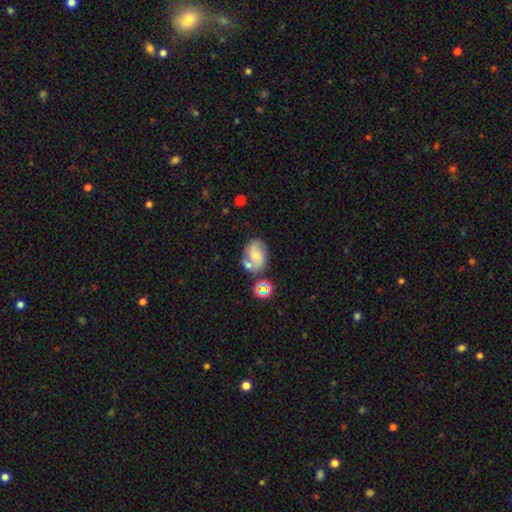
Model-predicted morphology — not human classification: Smooth or featured? Predicted: featured or disk (p=0.47). Merging? Predicted: none (p=0.49).